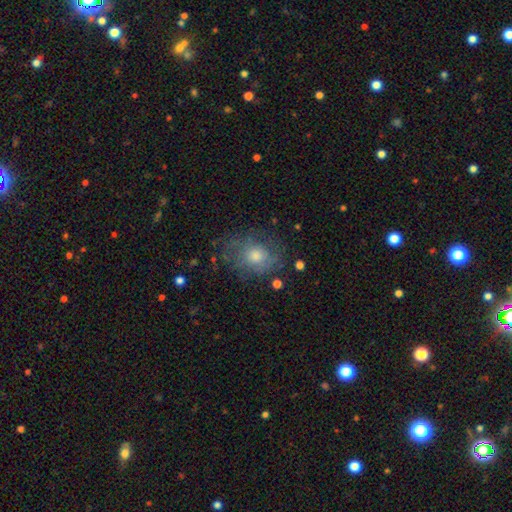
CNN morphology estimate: smooth_or_featured: smooth (p=0.54) [alt: featured or disk p=0.34]
how_rounded: round (p=0.52) [alt: in between p=0.47]
merging: none (p=0.64) [alt: minor disturbance p=0.21]